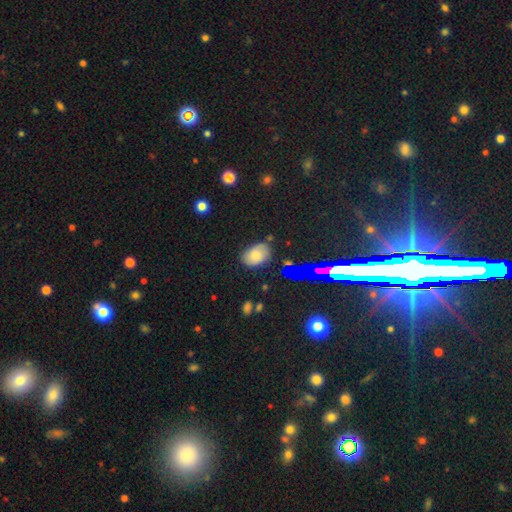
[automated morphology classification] Smooth or featured?
  - smooth: 70% *
  - star or artifact: 16%
  - featured or disk: 14%
How rounded?
  - in between: 81% *
  - round: 18%
  - cigar-shaped: 1%
Merging?
  - none: 72% *
  - minor disturbance: 20%
  - major disturbance: 5%
  - merger: 3%